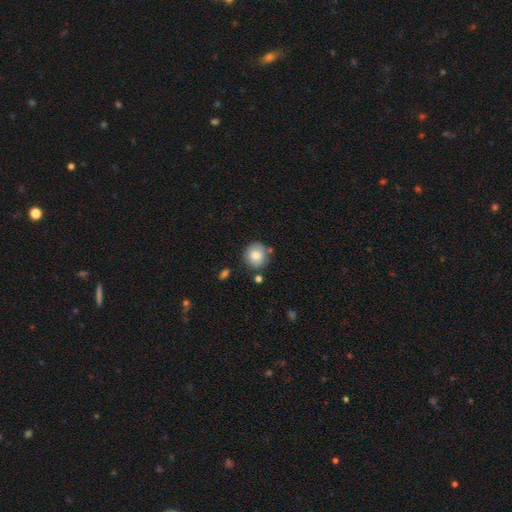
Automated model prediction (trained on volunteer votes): Morphology: type=smooth (78%); roundness=round (85%); merging=none (77%).